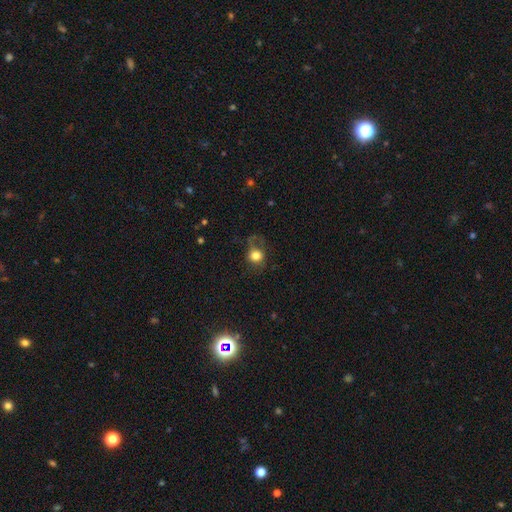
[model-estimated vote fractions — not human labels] Smooth or featured: smooth — 74% (featured or disk — 15%)
How rounded: round — 75% (in between — 24%)
Merging: none — 45% (major disturbance — 30%)